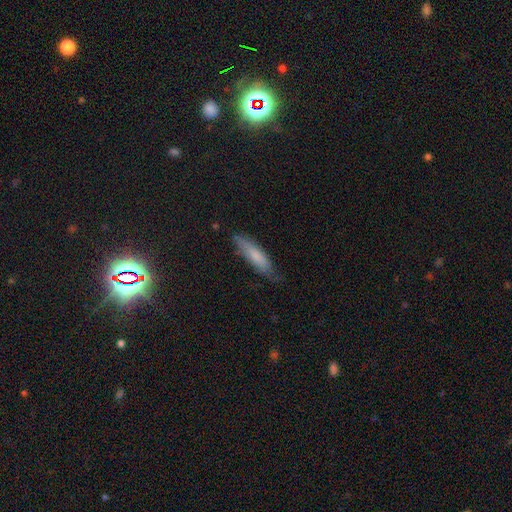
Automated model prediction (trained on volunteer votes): Smooth or featured: smooth — 70% (featured or disk — 23%)
How rounded: cigar-shaped — 70% (in between — 28%)
Merging: none — 70% (minor disturbance — 23%)